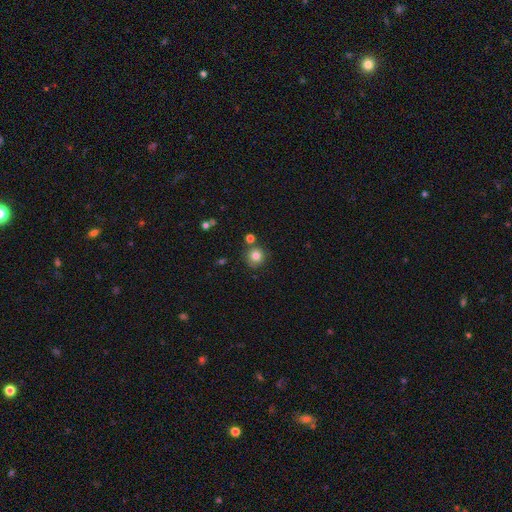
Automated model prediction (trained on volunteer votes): A smooth galaxy with no disk features (82%) that is round (92%).

Vote fractions:
- Smooth or featured? smooth: 82% / star or artifact: 11% / featured or disk: 7%
- How rounded? round: 92% / in between: 7% / cigar-shaped: 1%
- Merging? none: 78% / minor disturbance: 11% / merger: 8% / major disturbance: 3%